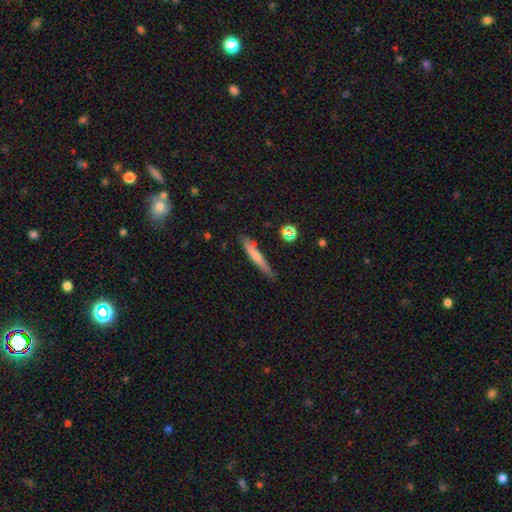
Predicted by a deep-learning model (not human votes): smooth_or_featured: smooth (p=0.63) [alt: featured or disk p=0.29]
how_rounded: cigar-shaped (p=0.92) [alt: in between p=0.06]
merging: none (p=0.76) [alt: minor disturbance p=0.17]